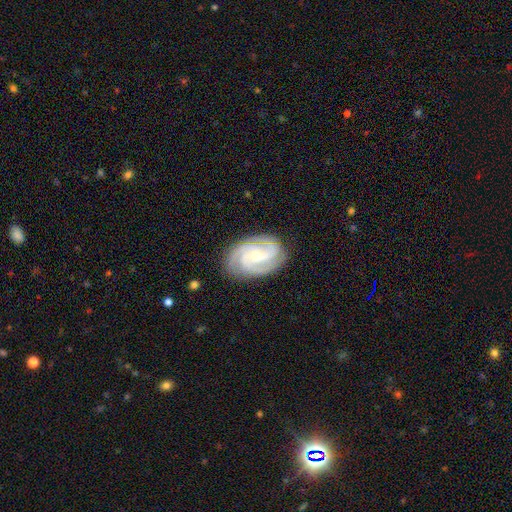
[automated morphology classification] Smooth or featured: featured or disk — 91% (smooth — 5%)
Edge-on disk: no — 98% (yes — 2%)
Bar: no — 50% (weak — 36%)
Spiral arms: yes — 99% (no — 1%)
Spiral winding: tight — 66% (medium — 31%)
Spiral arm count: 3 — 56% (4 — 22%)
Bulge size: small — 61% (moderate — 37%)
Merging: none — 83% (minor disturbance — 13%)